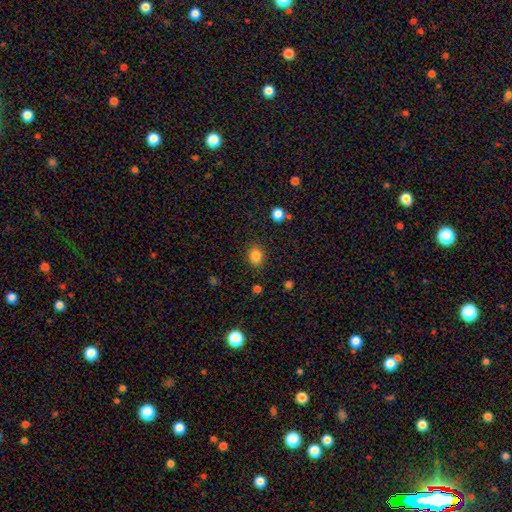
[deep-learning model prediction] This appears to be a smooth galaxy with no disk features (84%) that is round (50%). Merging: none (85%).